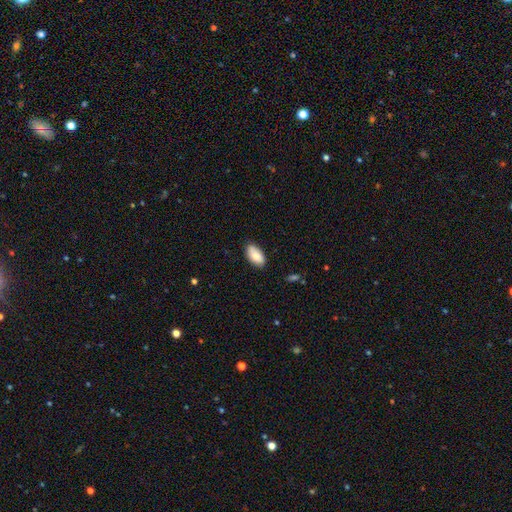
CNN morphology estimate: smooth 85%, featured or disk 9%, star or artifact 6%. Down the decision tree: how rounded — in between (94%); merging — none (83%).